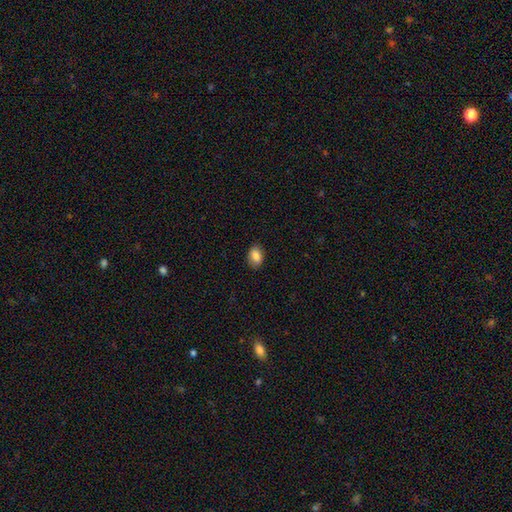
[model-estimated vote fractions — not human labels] Smooth or featured? smooth (84%)
How rounded? in between (84%)
Merging? none (85%)